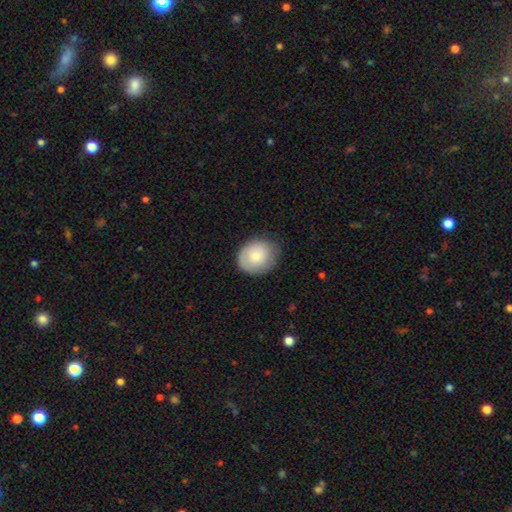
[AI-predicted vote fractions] Smooth or featured? Predicted: smooth (p=0.78). How rounded? Predicted: round (p=0.70). Merging? Predicted: none (p=0.73).